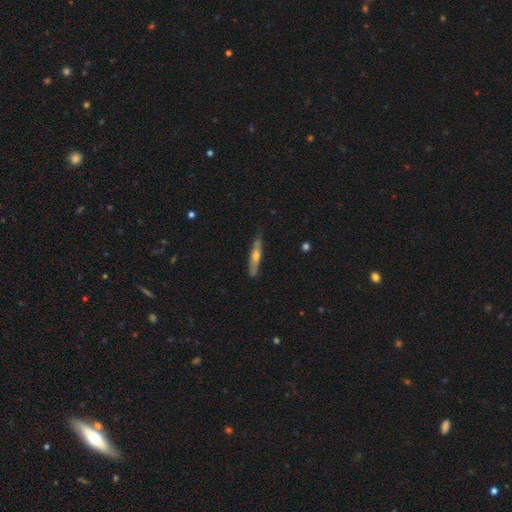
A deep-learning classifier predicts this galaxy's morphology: smooth-or-featured: featured or disk: 53% | smooth: 41% | star or artifact: 6%
  disk-edge-on: yes: 82% | no: 18%
  merging: none: 77% | minor disturbance: 19% | major disturbance: 3% | merger: 2%